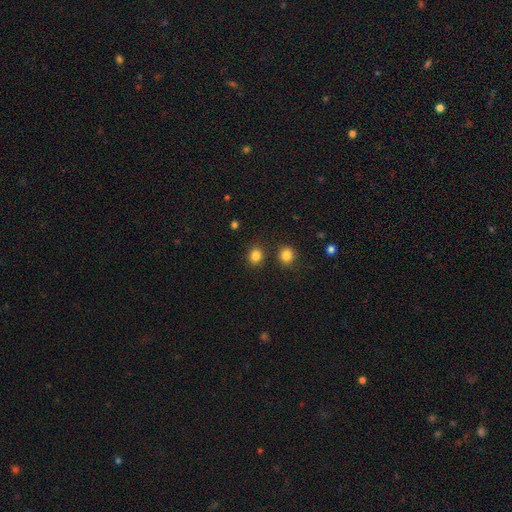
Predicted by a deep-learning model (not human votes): Smooth or featured: smooth — 84% (star or artifact — 12%)
How rounded: round — 71% (in between — 28%)
Merging: none — 85% (minor disturbance — 8%)